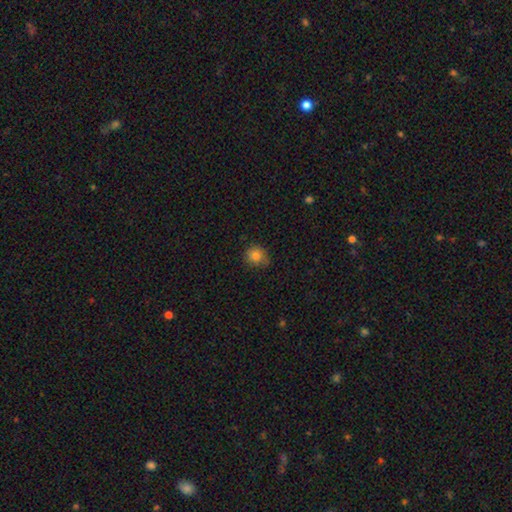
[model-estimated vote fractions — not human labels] Smooth or featured?
  - smooth: 81% *
  - star or artifact: 11%
  - featured or disk: 7%
How rounded?
  - round: 81% *
  - in between: 19%
  - cigar-shaped: 1%
Merging?
  - none: 71% *
  - minor disturbance: 24%
  - major disturbance: 4%
  - merger: 1%